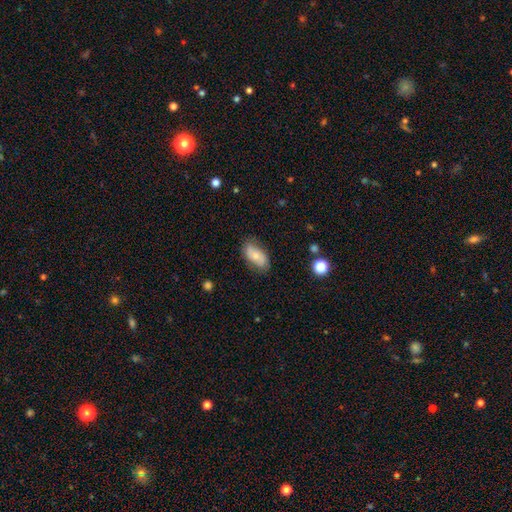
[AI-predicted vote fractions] This appears to be a smooth galaxy with no disk features (66%) that is in between round and cigar-shaped (92%). Merging: none (75%).